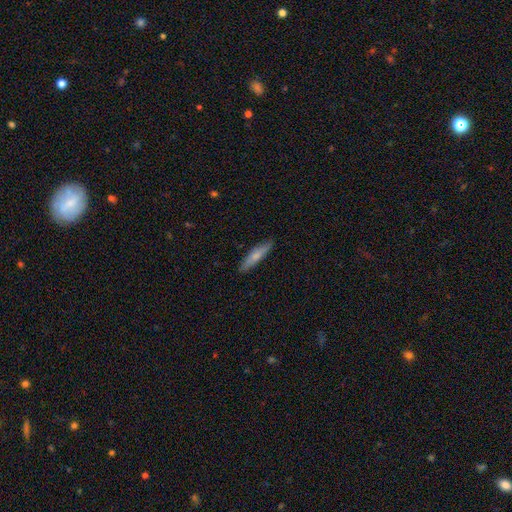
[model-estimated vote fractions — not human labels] The model was most divided on "smooth or featured": smooth: 66%, featured or disk: 28%, star or artifact: 6%. More confident: merging — none (89%); how rounded — cigar-shaped (83%).